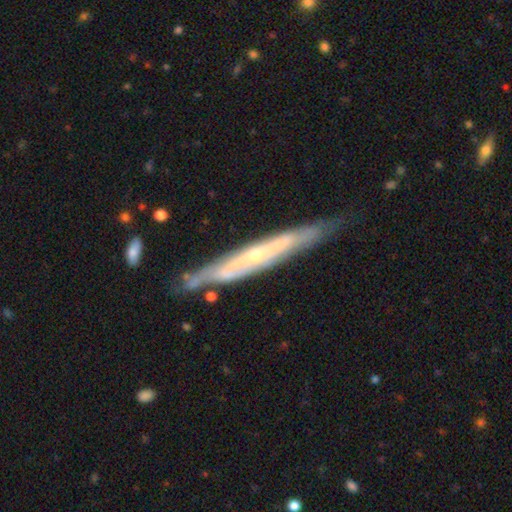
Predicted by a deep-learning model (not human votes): Smooth or featured? featured or disk (74%)
Edge-on disk? yes (77%)
Edge-on bulge? rounded (55%)
Merging? none (74%)